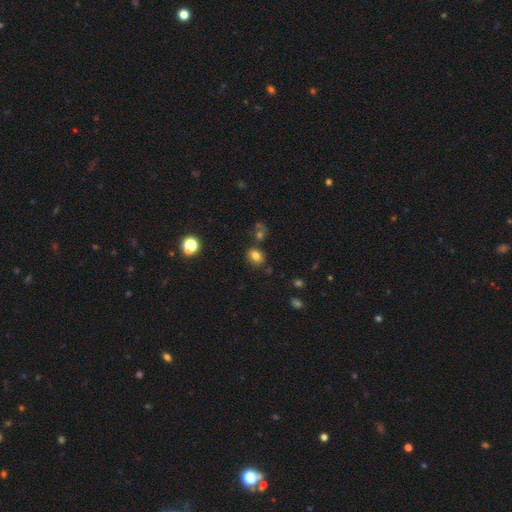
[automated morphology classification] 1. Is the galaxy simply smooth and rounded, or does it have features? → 78% smooth, 14% star or artifact, 8% featured or disk.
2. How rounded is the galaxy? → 63% in between, 36% round, 1% cigar-shaped.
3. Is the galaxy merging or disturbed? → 75% none, 13% minor disturbance, 8% merger, 4% major disturbance.